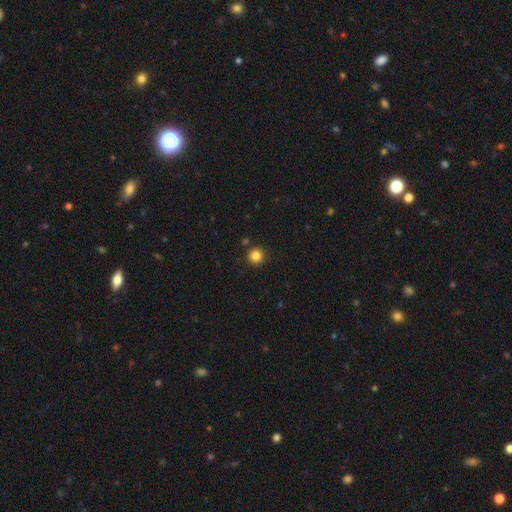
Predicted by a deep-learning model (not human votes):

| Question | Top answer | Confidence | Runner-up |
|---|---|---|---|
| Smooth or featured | smooth | 84% | star or artifact (11%) |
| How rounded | round | 95% | in between (4%) |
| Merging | none | 89% | minor disturbance (6%) |